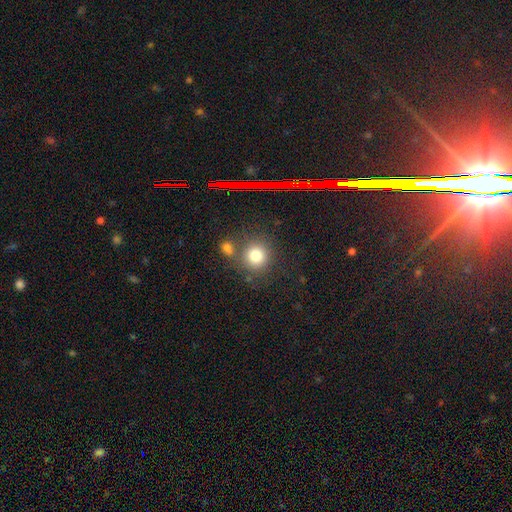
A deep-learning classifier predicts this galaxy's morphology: smooth-or-featured: smooth: 78% | star or artifact: 14% | featured or disk: 8%
  how-rounded: round: 89% | in between: 10% | cigar-shaped: 1%
  merging: none: 70% | merger: 15% | minor disturbance: 11% | major disturbance: 5%